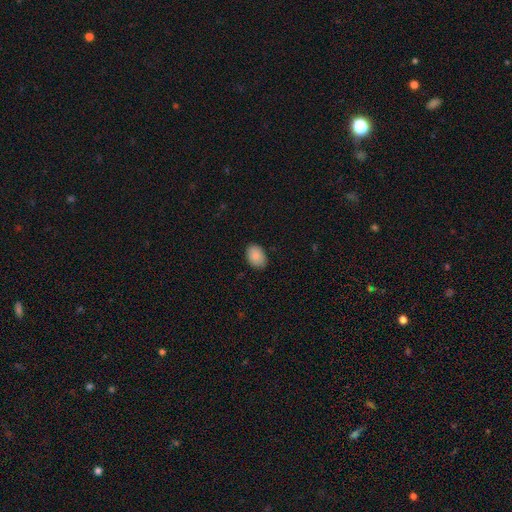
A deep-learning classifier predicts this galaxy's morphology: Smooth or featured? smooth (89%)
How rounded? in between (81%)
Merging? none (85%)